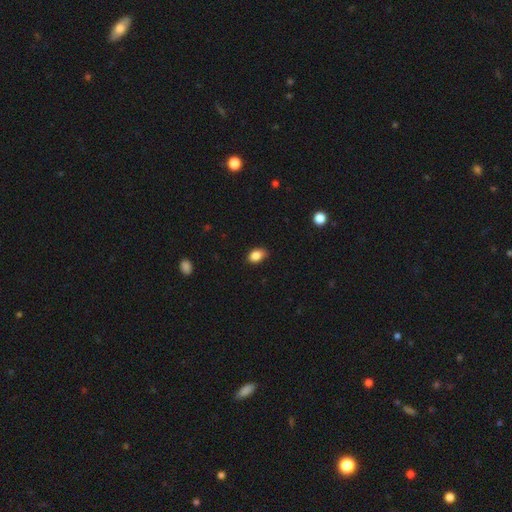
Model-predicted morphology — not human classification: smooth-or-featured: smooth: 86% | star or artifact: 9% | featured or disk: 5%
  how-rounded: in between: 81% | round: 18% | cigar-shaped: 1%
  merging: none: 77% | minor disturbance: 19% | major disturbance: 3% | merger: 1%